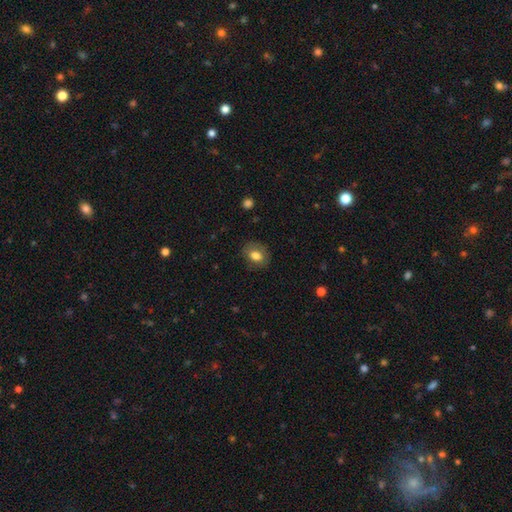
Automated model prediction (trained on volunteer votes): smooth-or-featured: smooth: 77% | featured or disk: 14% | star or artifact: 9%
  how-rounded: in between: 58% | round: 41% | cigar-shaped: 1%
  merging: none: 81% | minor disturbance: 13% | major disturbance: 4% | merger: 1%